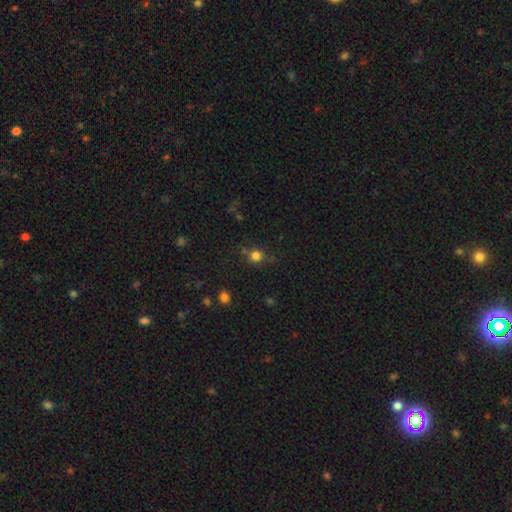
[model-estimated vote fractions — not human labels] Overall: smooth (80%). How rounded: round (87%). Merging: none (72%).